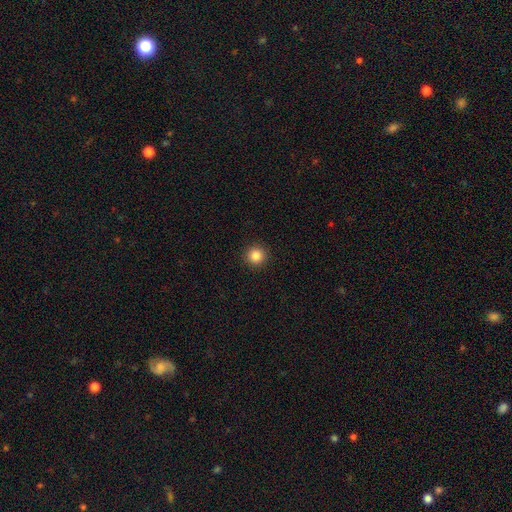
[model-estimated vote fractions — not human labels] smooth-or-featured: smooth: 85% | star or artifact: 11% | featured or disk: 4%
  how-rounded: round: 95% | in between: 4% | cigar-shaped: 1%
  merging: none: 93% | minor disturbance: 4% | major disturbance: 2% | merger: 1%